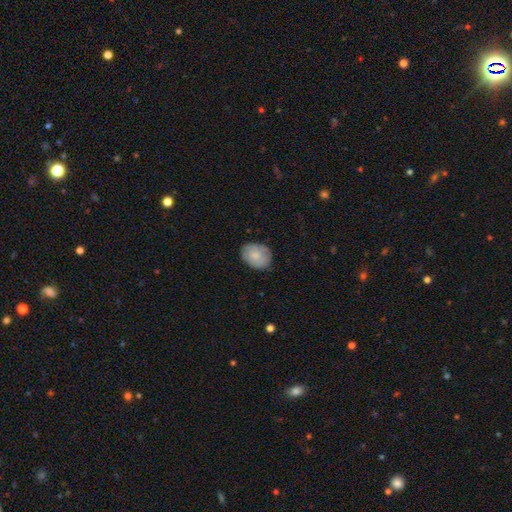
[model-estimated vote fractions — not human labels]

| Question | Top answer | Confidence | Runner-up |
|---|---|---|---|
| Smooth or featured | smooth | 81% | featured or disk (12%) |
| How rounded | in between | 63% | round (36%) |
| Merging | none | 81% | minor disturbance (15%) |